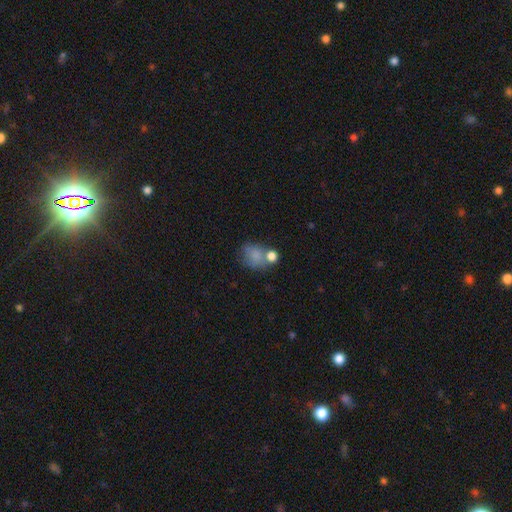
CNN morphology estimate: Smooth or featured? smooth (76%)
How rounded? round (51%)
Merging? none (39%)